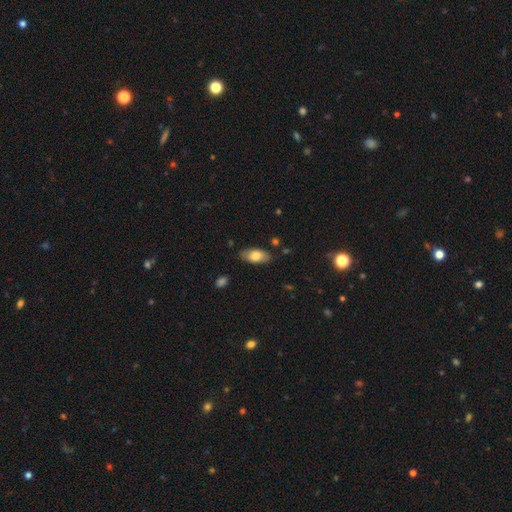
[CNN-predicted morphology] Overall: smooth (75%). How rounded: in between (90%). Merging: none (80%).